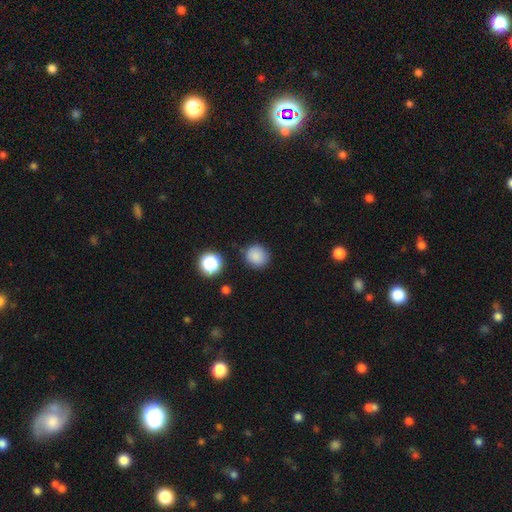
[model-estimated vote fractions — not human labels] Smooth or featured: smooth — 83% (star or artifact — 12%)
How rounded: round — 89% (in between — 10%)
Merging: none — 83% (minor disturbance — 11%)